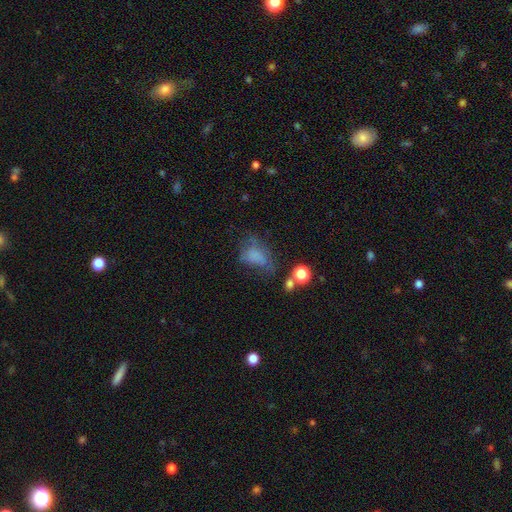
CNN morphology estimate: type=smooth (62%); roundness=in between (76%); merging=major disturbance (35%).